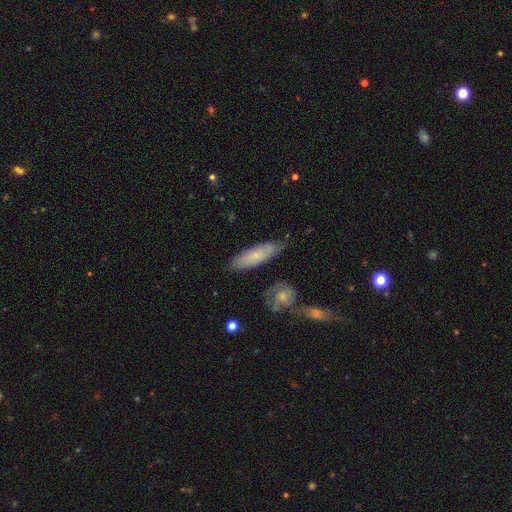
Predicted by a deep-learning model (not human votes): smooth 68%, featured or disk 25%, star or artifact 7%. Down the decision tree: how rounded — in between (50%); merging — none (72%).